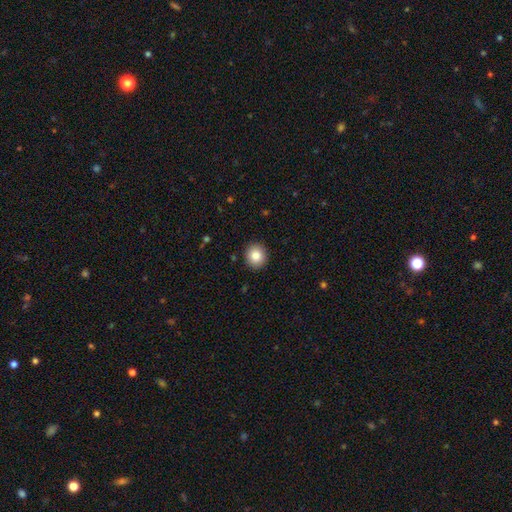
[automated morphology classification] type=smooth (84%); roundness=round (89%); merging=none (92%).